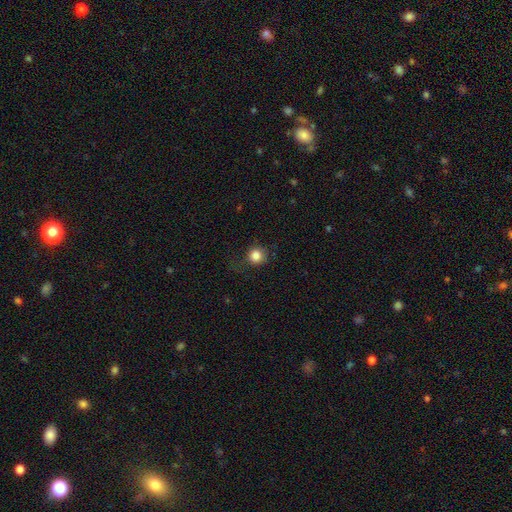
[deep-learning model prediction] Smooth or featured? Predicted: smooth (p=0.84). How rounded? Predicted: round (p=0.90). Merging? Predicted: none (p=0.75).